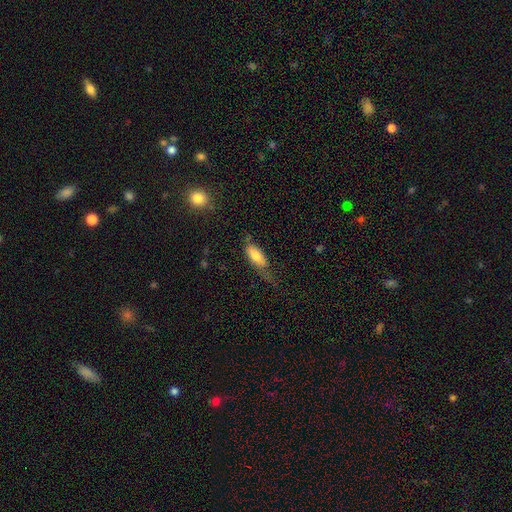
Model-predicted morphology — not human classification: smooth_or_featured: smooth (p=0.74) [alt: featured or disk p=0.19]
how_rounded: in between (p=0.77) [alt: cigar-shaped p=0.20]
merging: none (p=0.41) [alt: minor disturbance p=0.33]